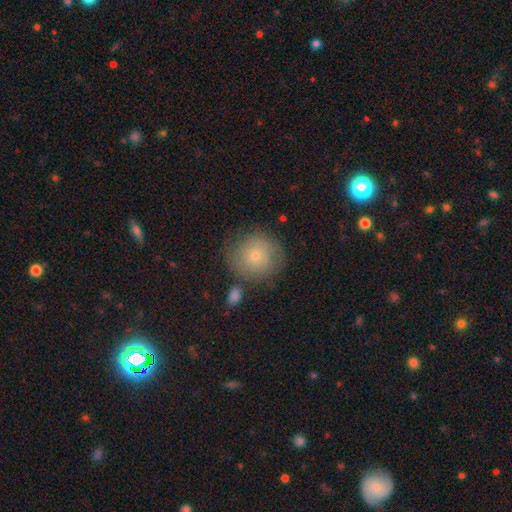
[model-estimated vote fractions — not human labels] smooth-or-featured: smooth: 66% | featured or disk: 26% | star or artifact: 8%
  how-rounded: round: 92% | in between: 7% | cigar-shaped: 1%
  merging: none: 73% | minor disturbance: 17% | major disturbance: 6% | merger: 5%